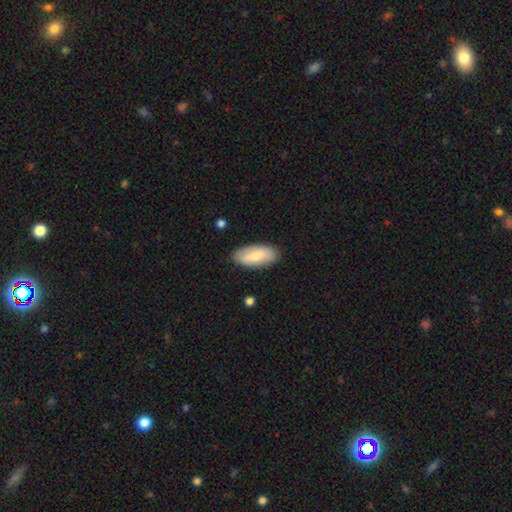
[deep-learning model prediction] Morphology: type=smooth (73%); roundness=in between (89%); merging=none (86%).